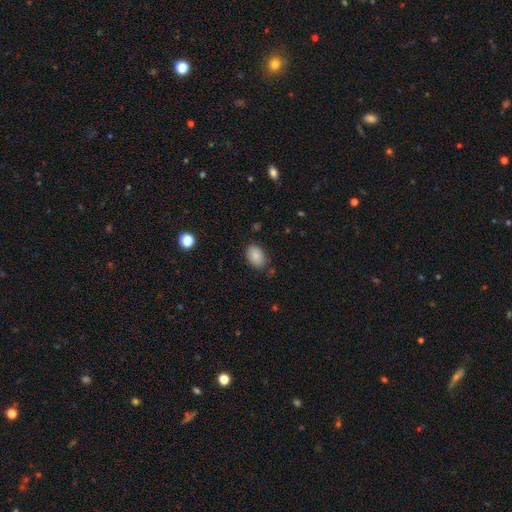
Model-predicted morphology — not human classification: Smooth or featured? smooth (87%)
How rounded? in between (85%)
Merging? none (80%)